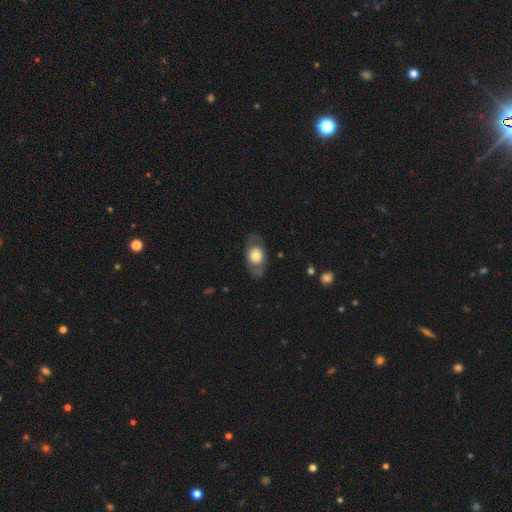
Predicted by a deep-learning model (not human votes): smooth_or_featured: smooth (p=0.56) [alt: featured or disk p=0.38]
how_rounded: in between (p=0.64) [alt: round p=0.34]
merging: none (p=0.74) [alt: minor disturbance p=0.16]